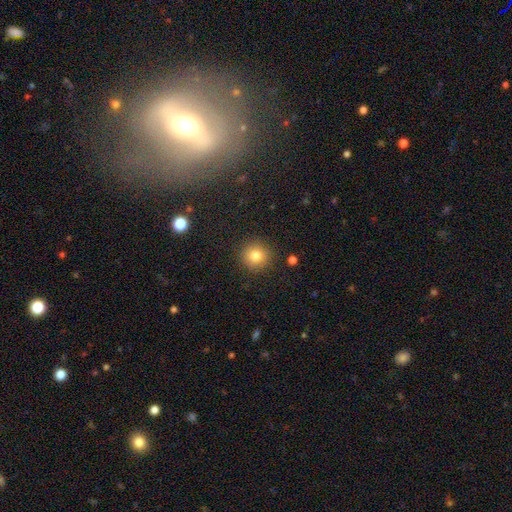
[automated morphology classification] smooth-or-featured: smooth: 81% | star or artifact: 12% | featured or disk: 7%
  how-rounded: round: 93% | in between: 6% | cigar-shaped: 1%
  merging: none: 90% | minor disturbance: 6% | major disturbance: 2% | merger: 1%